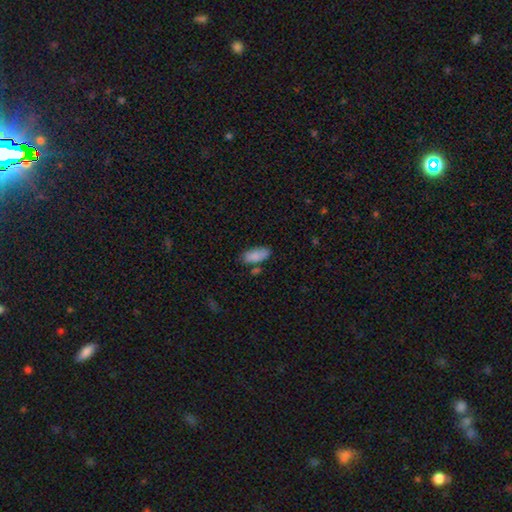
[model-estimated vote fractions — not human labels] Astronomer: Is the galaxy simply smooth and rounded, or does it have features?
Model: smooth — 85%.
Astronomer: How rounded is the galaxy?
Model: in between — 87%.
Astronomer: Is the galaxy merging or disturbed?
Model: none — 67%.